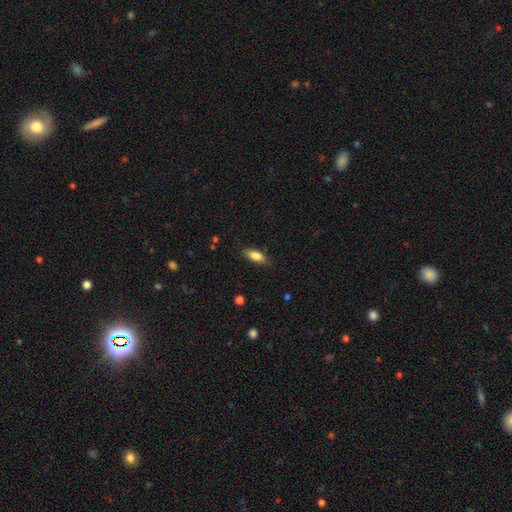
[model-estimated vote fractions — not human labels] Overall: smooth (85%). How rounded: in between (77%). Merging: none (82%).